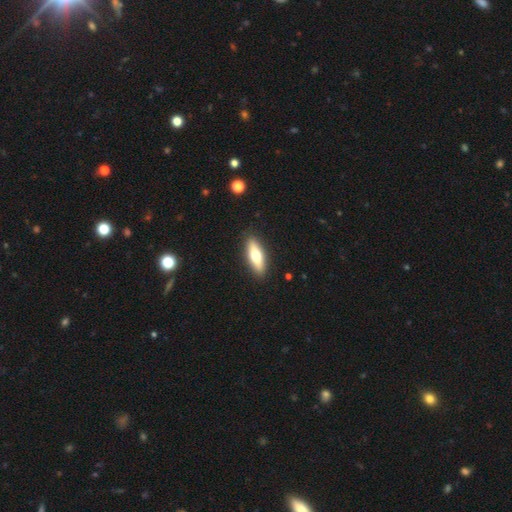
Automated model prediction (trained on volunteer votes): A smooth galaxy with no disk features (62%) that is in between round and cigar-shaped (50%). Merging: none (89%).